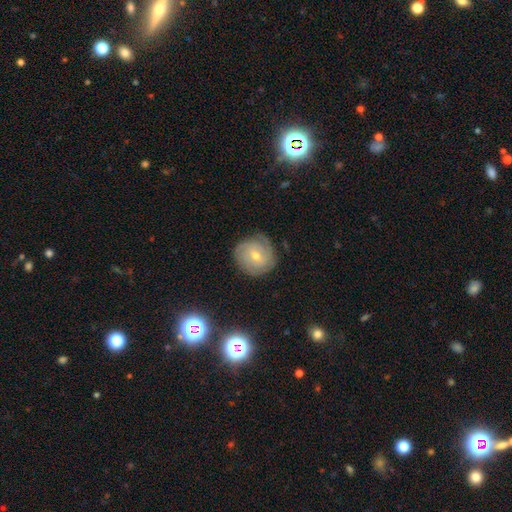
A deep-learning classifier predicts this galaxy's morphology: This is likely a featured or disk galaxy (66%). It is clearly not viewed edge-on (97%). Bar: likely no (62%). Spiral arm pattern: clearly yes (89%). Spiral arm count: marginally can't tell (42%). Spiral winding: likely tight (73%). Central bulge: possibly small (53%). Merging: likely none (78%).